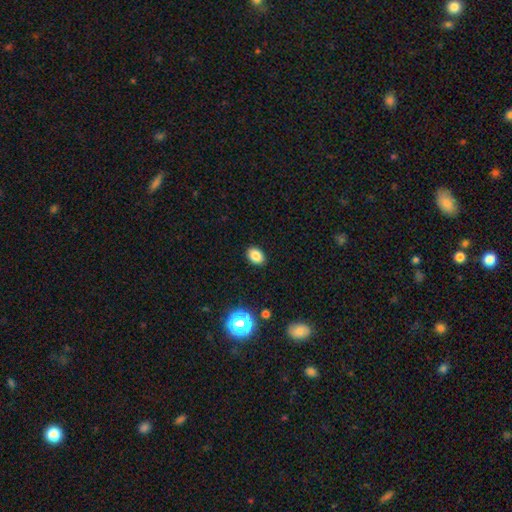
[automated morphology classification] smooth-or-featured: smooth: 84% | star or artifact: 11% | featured or disk: 5%
  how-rounded: in between: 77% | round: 22% | cigar-shaped: 1%
  merging: none: 89% | minor disturbance: 8% | major disturbance: 2% | merger: 1%